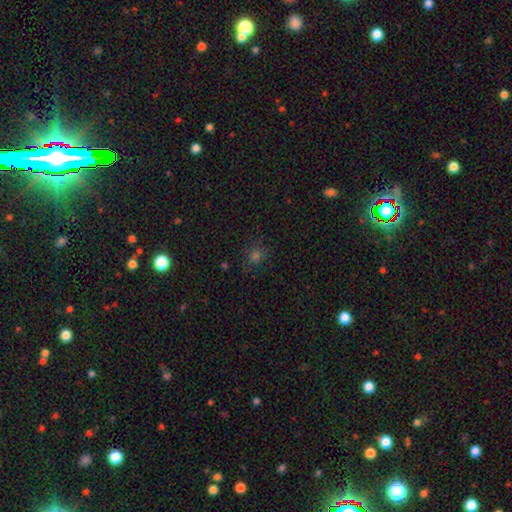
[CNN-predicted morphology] smooth-or-featured: smooth: 58% | star or artifact: 33% | featured or disk: 9%
  how-rounded: round: 81% | in between: 18% | cigar-shaped: 1%
  merging: none: 80% | minor disturbance: 13% | major disturbance: 5% | merger: 2%